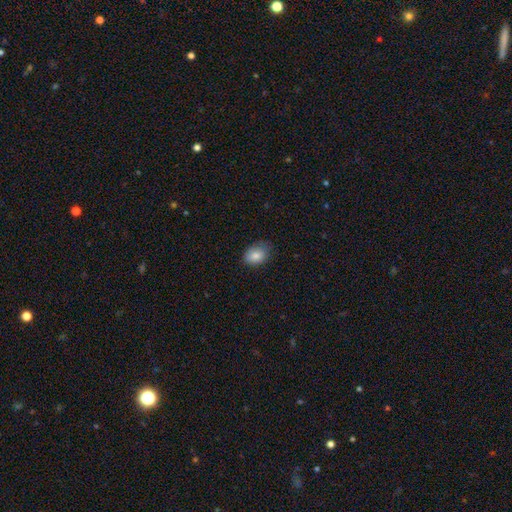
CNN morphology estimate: This is clearly a smooth galaxy (84%). How rounded: likely in between (78%). Merging: likely none (69%).